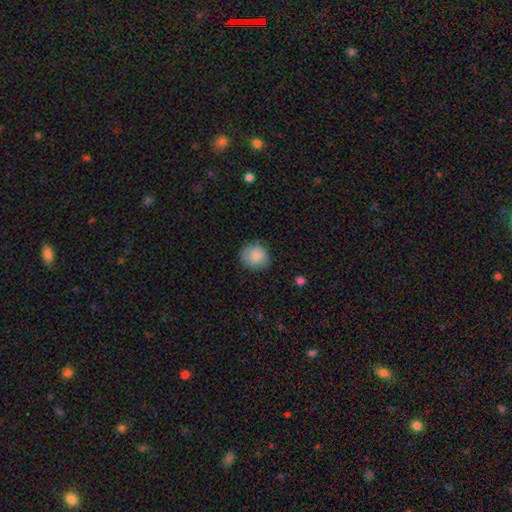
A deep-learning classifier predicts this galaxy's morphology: smooth-or-featured: smooth: 86% | star or artifact: 8% | featured or disk: 7%
  how-rounded: round: 86% | in between: 13% | cigar-shaped: 1%
  merging: none: 81% | minor disturbance: 15% | major disturbance: 3% | merger: 1%